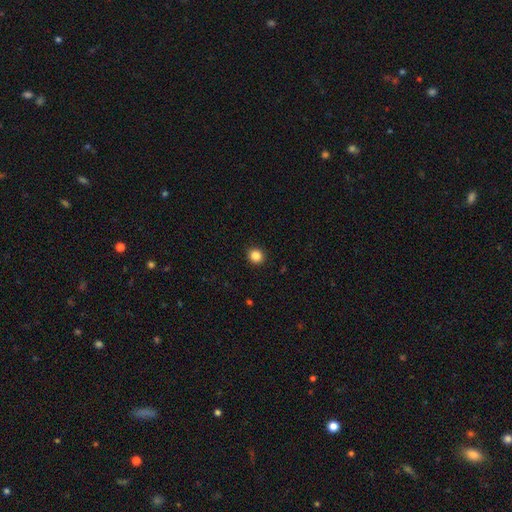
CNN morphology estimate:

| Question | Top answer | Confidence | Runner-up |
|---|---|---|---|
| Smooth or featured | smooth | 85% | star or artifact (11%) |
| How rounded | round | 89% | in between (10%) |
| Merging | none | 93% | minor disturbance (5%) |